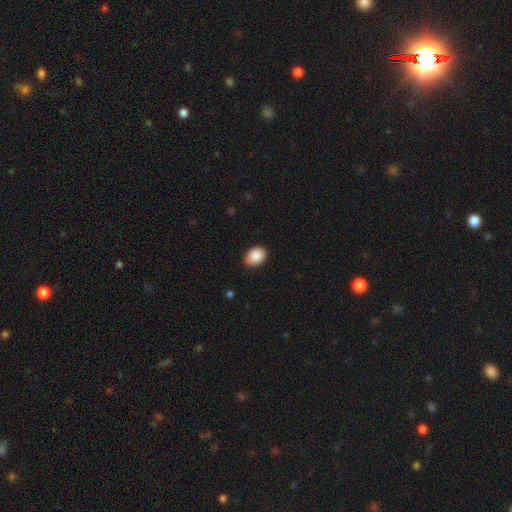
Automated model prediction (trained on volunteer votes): Smooth or featured? smooth (90%)
How rounded? in between (74%)
Merging? none (85%)